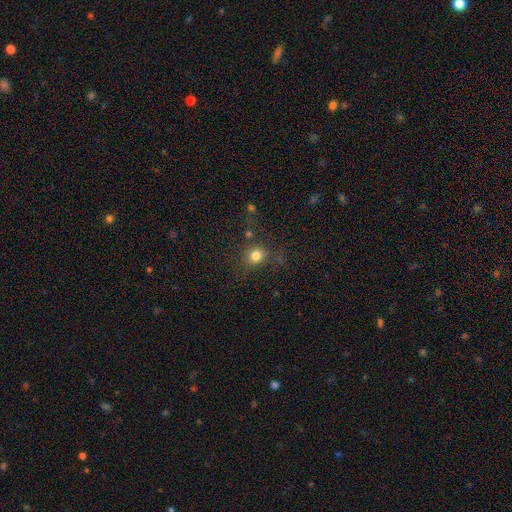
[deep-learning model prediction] smooth 77%, star or artifact 15%, featured or disk 8%. Down the decision tree: how rounded — round (80%); merging — none (73%).